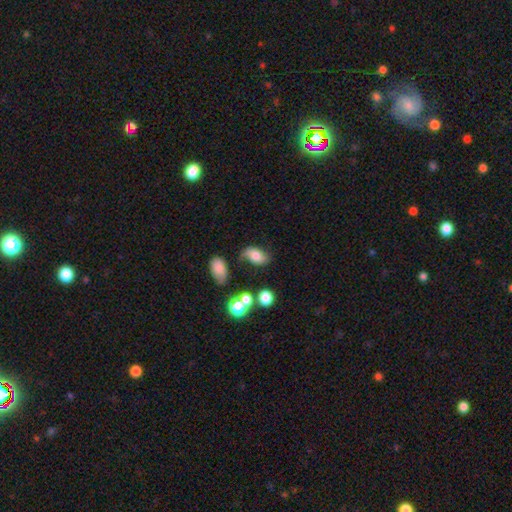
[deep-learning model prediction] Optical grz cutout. It shows a smooth galaxy with no disk features (53%) that is in between round and cigar-shaped (85%). Merging: none (57%).